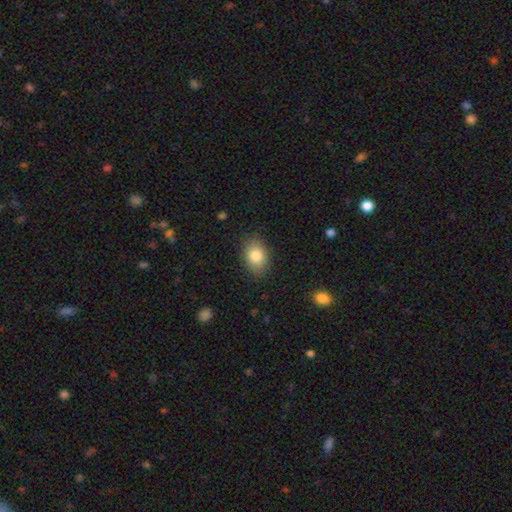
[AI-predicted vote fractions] Smooth or featured? Predicted: smooth (p=0.83). How rounded? Predicted: in between (p=0.79). Merging? Predicted: none (p=0.85).